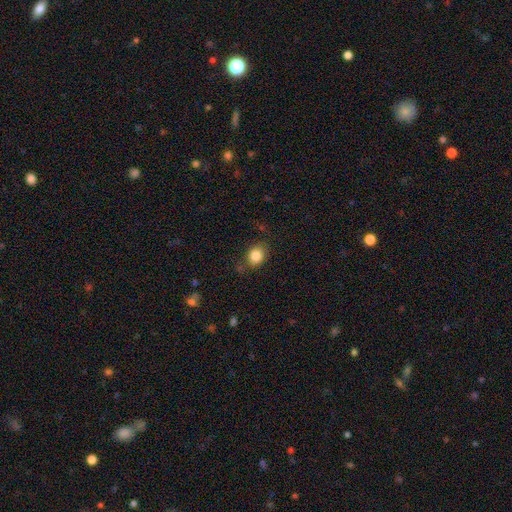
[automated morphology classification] Smooth or featured? Predicted: smooth (p=0.84). How rounded? Predicted: round (p=0.53). Merging? Predicted: none (p=0.75).